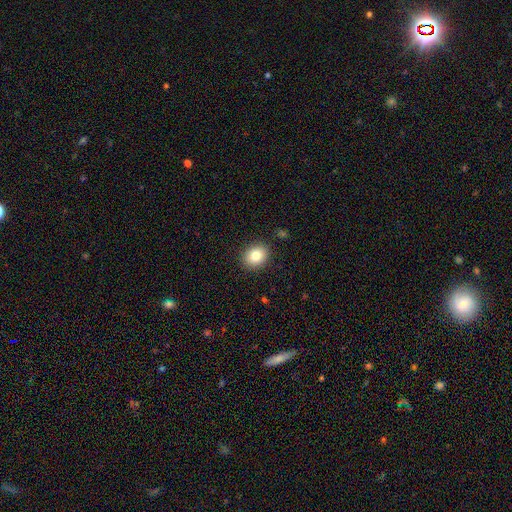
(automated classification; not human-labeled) This is clearly a smooth galaxy (81%). How rounded: possibly round (57%). Merging: clearly none (89%).